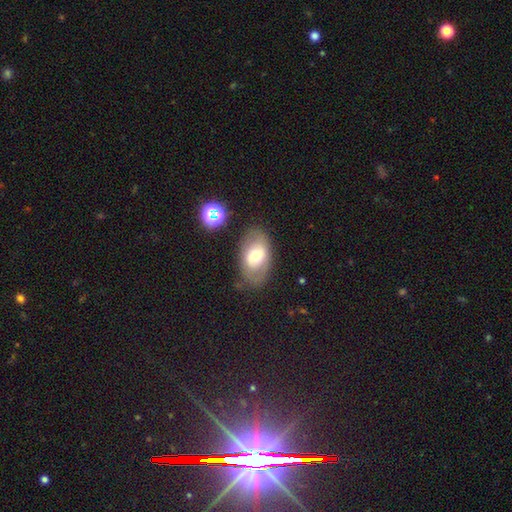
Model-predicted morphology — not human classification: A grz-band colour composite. It shows a smooth galaxy with no disk features (57%) that is in between round and cigar-shaped (87%). Merging: none (74%).